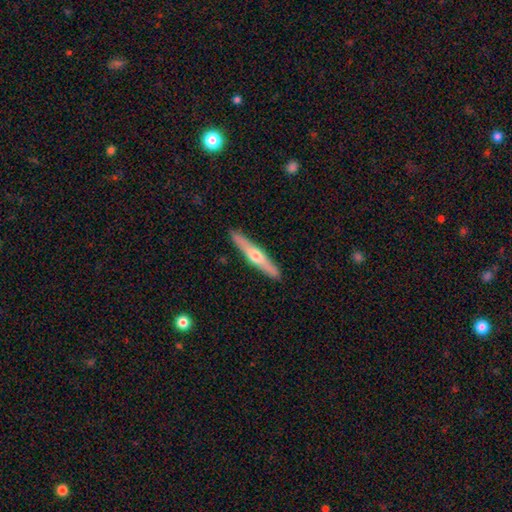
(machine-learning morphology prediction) Smooth or featured? featured or disk (55%)
Edge-on disk? yes (94%)
Edge-on bulge? rounded (88%)
Merging? none (91%)